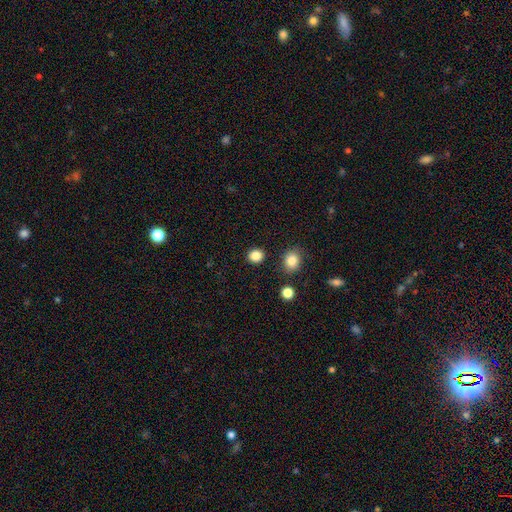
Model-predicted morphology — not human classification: Smooth or featured: smooth — 85% (star or artifact — 11%)
How rounded: round — 76% (in between — 23%)
Merging: none — 88% (minor disturbance — 6%)